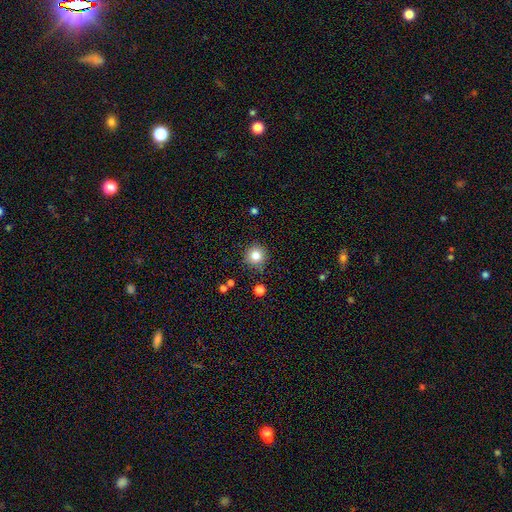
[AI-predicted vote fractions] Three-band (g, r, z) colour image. It shows a smooth galaxy with no disk features (81%) that is round (95%). Merging: none (87%).